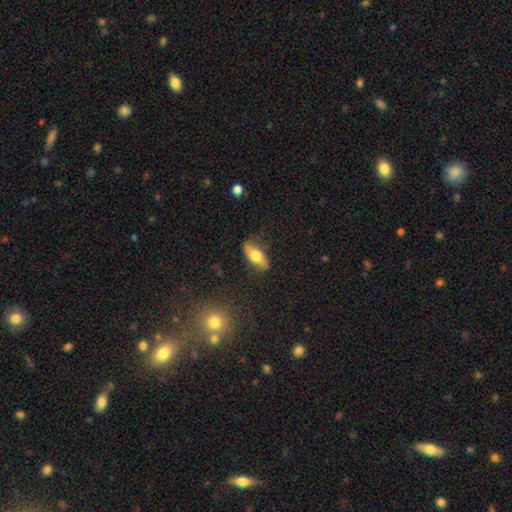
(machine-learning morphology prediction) smooth-or-featured: smooth: 65% | featured or disk: 28% | star or artifact: 7%
  how-rounded: in between: 74% | cigar-shaped: 22% | round: 4%
  merging: none: 78% | minor disturbance: 17% | major disturbance: 4% | merger: 2%